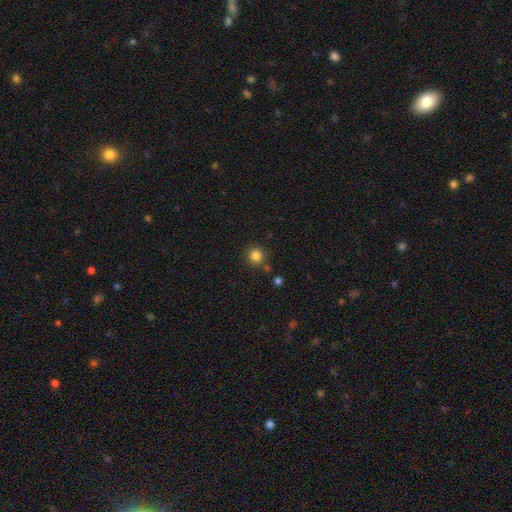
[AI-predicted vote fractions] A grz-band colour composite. It shows a smooth galaxy with no disk features (83%) that is round (94%). Merging: none (84%).